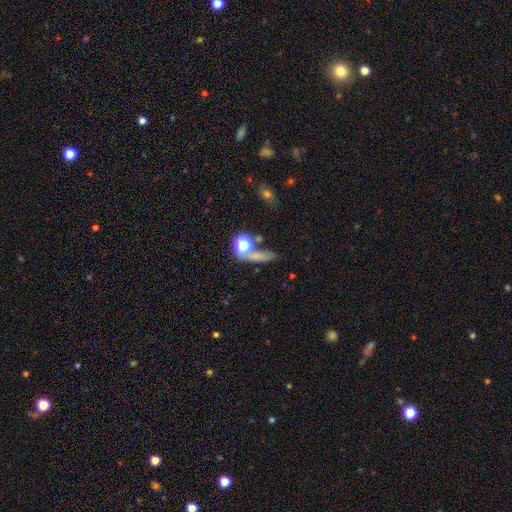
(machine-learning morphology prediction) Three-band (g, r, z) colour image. It shows a smooth galaxy with no disk features (58%) that is cigar-shaped (39%). Merging: none (57%).